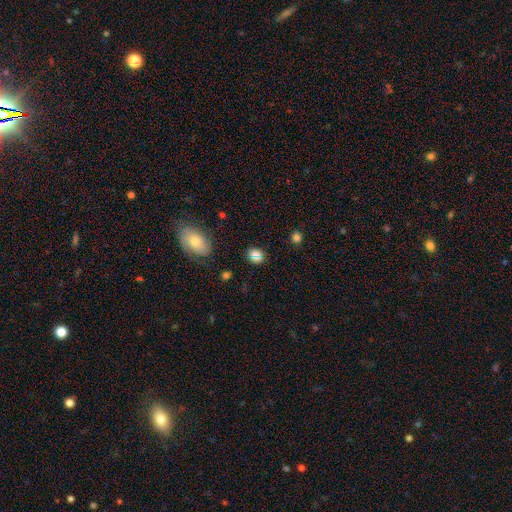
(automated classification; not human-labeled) This is likely a smooth galaxy (71%). How rounded: likely round (65%). Merging: likely none (75%).